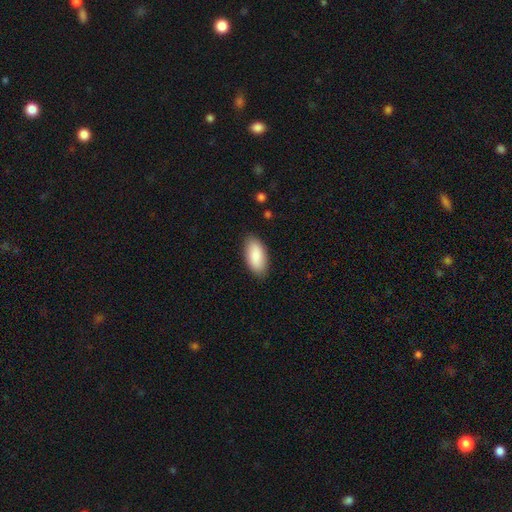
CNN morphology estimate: Q: Smooth or featured?
A: smooth (87%); runner-up: featured or disk (7%)
Q: How rounded?
A: in between (92%); runner-up: cigar-shaped (7%)
Q: Merging?
A: none (87%); runner-up: minor disturbance (10%)